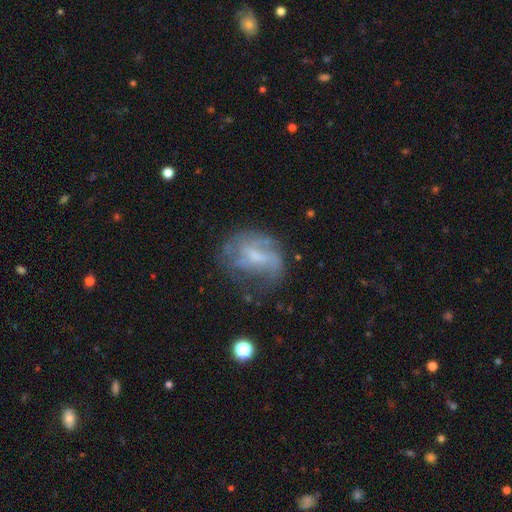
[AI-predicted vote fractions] Smooth or featured: featured or disk — 63% (smooth — 26%)
Edge-on disk: no — 96% (yes — 4%)
Bar: weak — 46% (no — 37%)
Spiral arms: yes — 62% (no — 38%)
Bulge size: small — 46% (moderate — 26%)
Merging: none — 48% (minor disturbance — 24%)